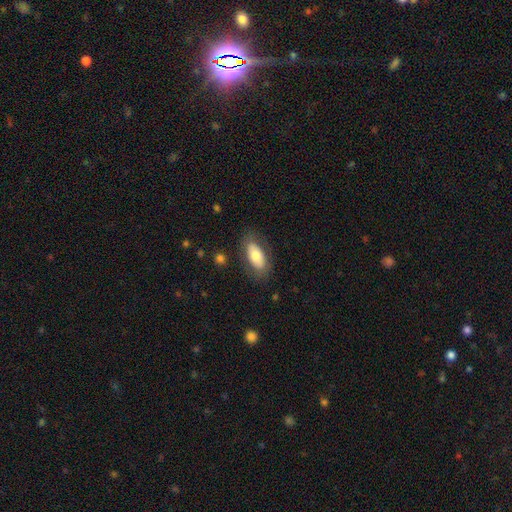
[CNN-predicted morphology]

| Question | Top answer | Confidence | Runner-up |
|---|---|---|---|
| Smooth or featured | smooth | 70% | featured or disk (24%) |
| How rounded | in between | 89% | cigar-shaped (8%) |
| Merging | none | 79% | minor disturbance (14%) |